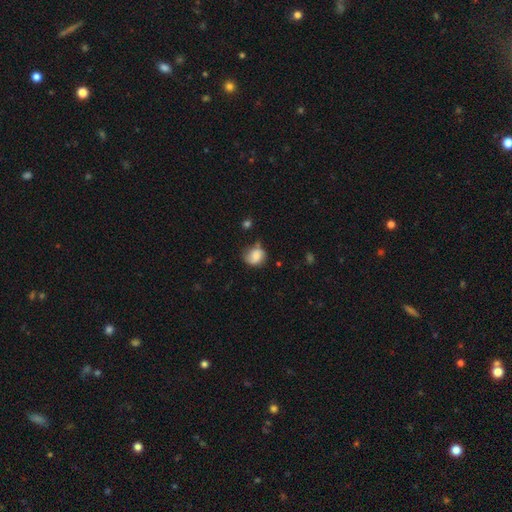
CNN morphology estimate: A smooth galaxy with no disk features (67%) that is round (68%). Merging: none (51%).